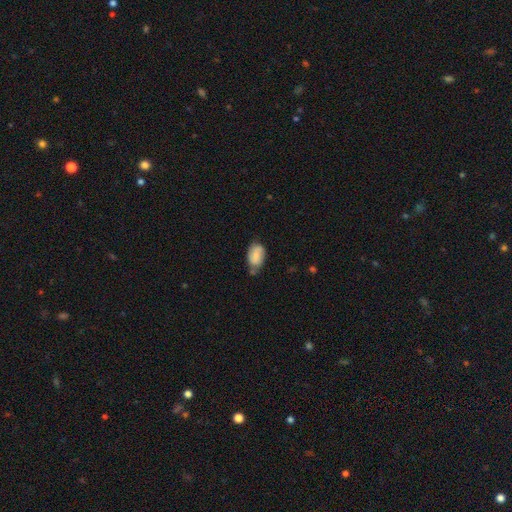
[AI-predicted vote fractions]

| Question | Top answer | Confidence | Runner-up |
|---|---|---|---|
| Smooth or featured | smooth | 72% | featured or disk (21%) |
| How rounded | in between | 90% | round (8%) |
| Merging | none | 49% | minor disturbance (34%) |